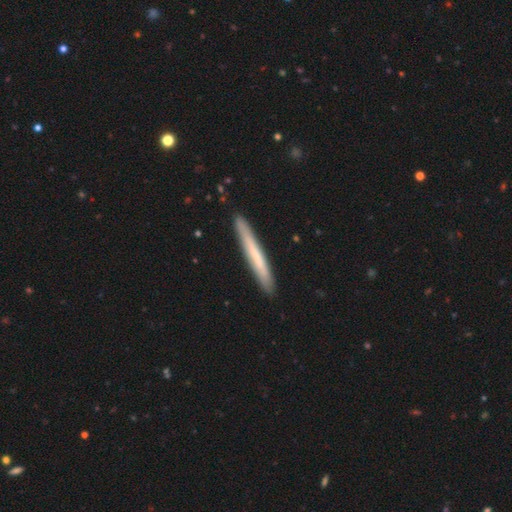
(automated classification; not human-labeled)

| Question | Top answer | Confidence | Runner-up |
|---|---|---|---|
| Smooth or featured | smooth | 59% | featured or disk (35%) |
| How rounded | cigar-shaped | 97% | in between (2%) |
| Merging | none | 89% | minor disturbance (8%) |